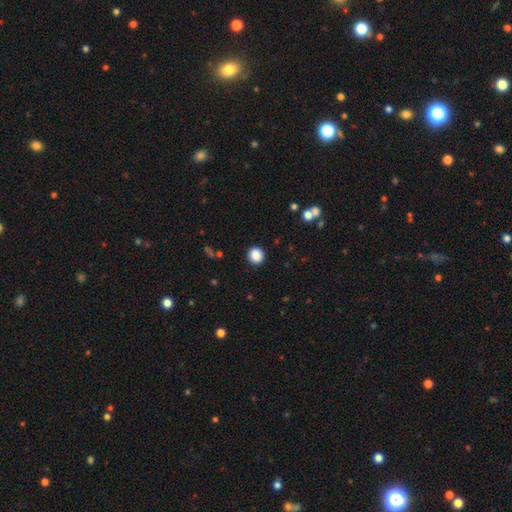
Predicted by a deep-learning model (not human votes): This is clearly a smooth galaxy (87%). How rounded: clearly round (88%). Merging: clearly none (91%).